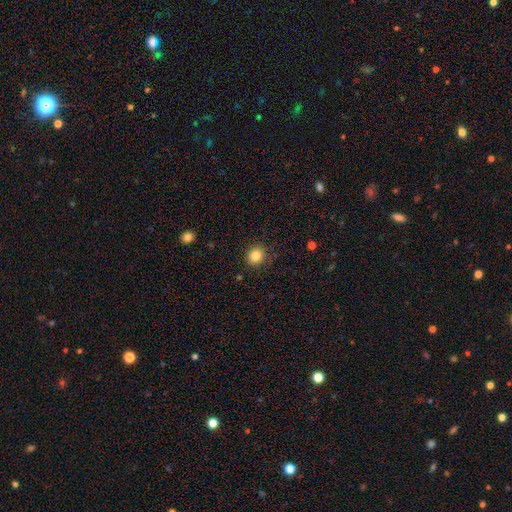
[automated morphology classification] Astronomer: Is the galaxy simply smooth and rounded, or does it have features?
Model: smooth — 84%.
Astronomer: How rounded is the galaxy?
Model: round — 73%.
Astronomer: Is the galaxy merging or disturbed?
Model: none — 88%.